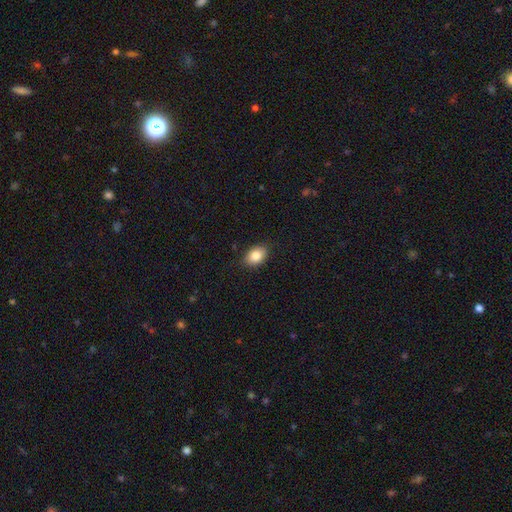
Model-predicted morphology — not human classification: A smooth galaxy with no disk features (85%) that is in between round and cigar-shaped (83%).

Vote fractions:
- Smooth or featured? smooth: 85% / star or artifact: 8% / featured or disk: 8%
- How rounded? in between: 83% / round: 15% / cigar-shaped: 1%
- Merging? none: 86% / minor disturbance: 11% / major disturbance: 2% / merger: 1%